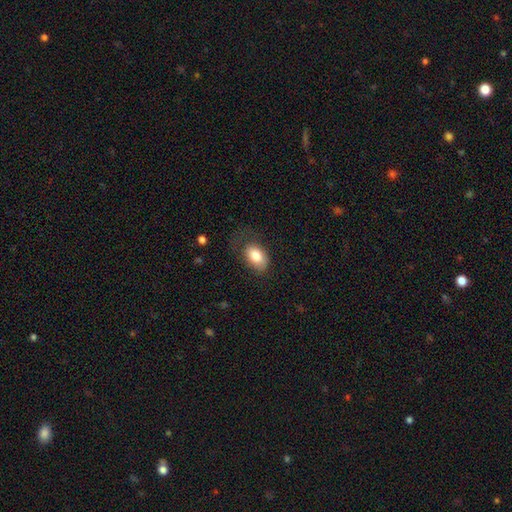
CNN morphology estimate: Overall: smooth (83%). How rounded: in between (90%). Merging: none (61%; minor disturbance 22%).